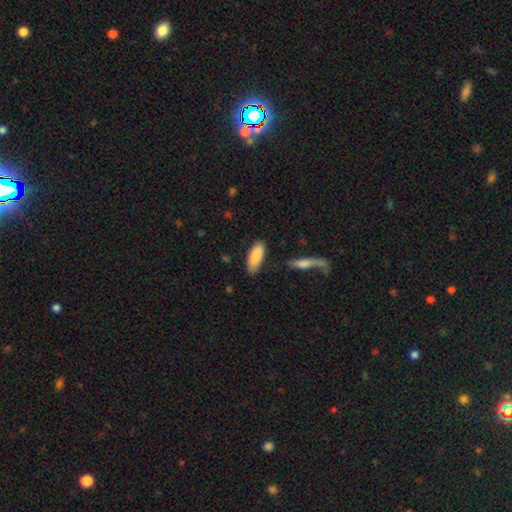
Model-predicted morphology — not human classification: smooth 86%, featured or disk 8%, star or artifact 6%. Down the decision tree: how rounded — in between (76%); merging — none (79%).